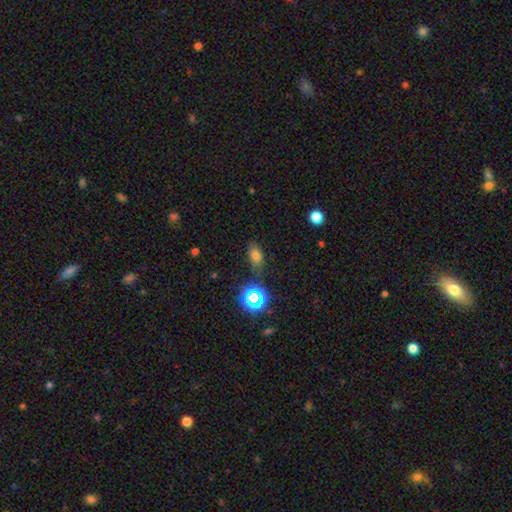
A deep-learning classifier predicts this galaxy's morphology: smooth-or-featured: smooth: 69% | star or artifact: 22% | featured or disk: 9%
  how-rounded: in between: 82% | round: 14% | cigar-shaped: 4%
  merging: none: 74% | minor disturbance: 17% | major disturbance: 5% | merger: 4%